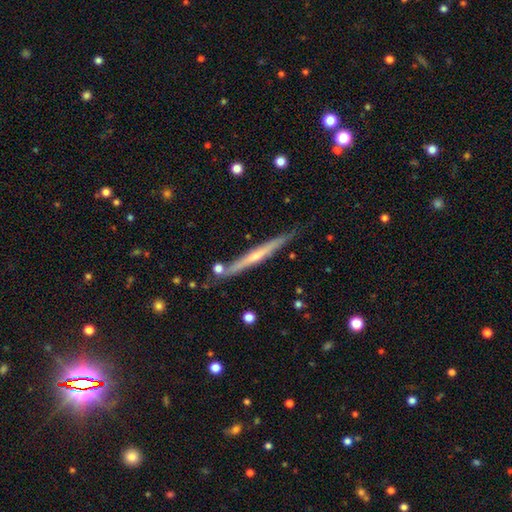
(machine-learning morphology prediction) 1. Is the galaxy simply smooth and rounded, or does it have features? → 64% featured or disk, 30% smooth, 6% star or artifact.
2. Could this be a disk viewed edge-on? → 97% yes, 3% no.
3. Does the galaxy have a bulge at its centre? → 50% none, 44% rounded, 6% boxy.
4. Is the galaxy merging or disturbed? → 82% none, 12% minor disturbance, 4% merger, 2% major disturbance.